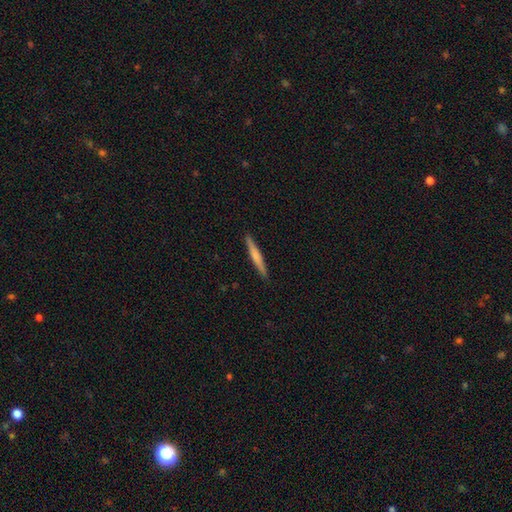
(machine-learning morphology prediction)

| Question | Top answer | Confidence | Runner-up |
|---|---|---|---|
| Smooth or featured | smooth | 60% | featured or disk (35%) |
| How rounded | cigar-shaped | 96% | in between (3%) |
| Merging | none | 91% | minor disturbance (6%) |